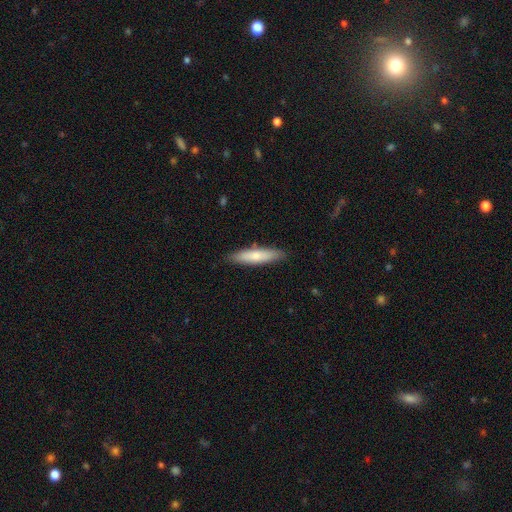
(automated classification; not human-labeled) Smooth or featured: smooth — 72% (featured or disk — 23%)
How rounded: cigar-shaped — 78% (in between — 20%)
Merging: none — 87% (minor disturbance — 10%)